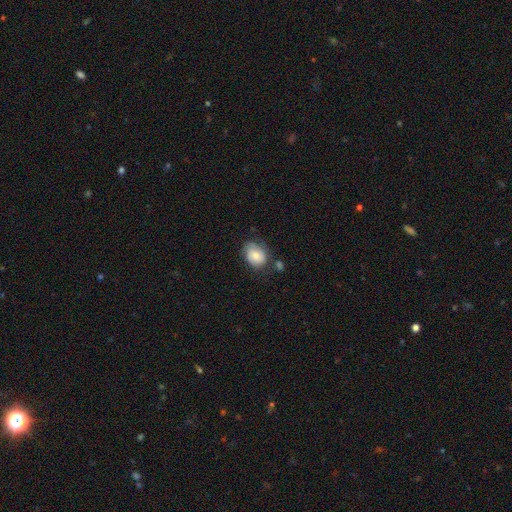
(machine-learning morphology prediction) This is likely a smooth galaxy (62%). How rounded: likely in between (60%). Merging: possibly none (55%).